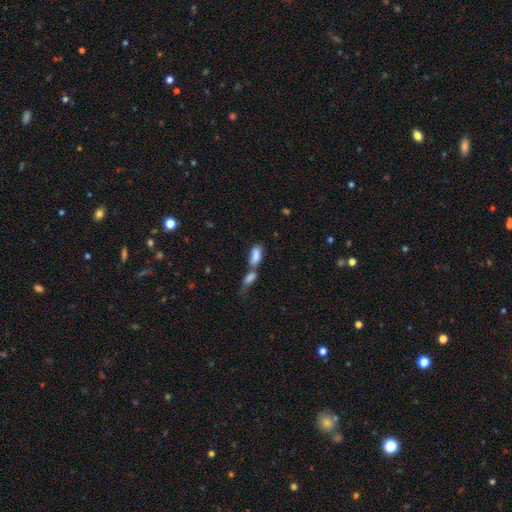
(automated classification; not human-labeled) Overall: smooth (82%). How rounded: in between (87%). Merging: merger (68%).